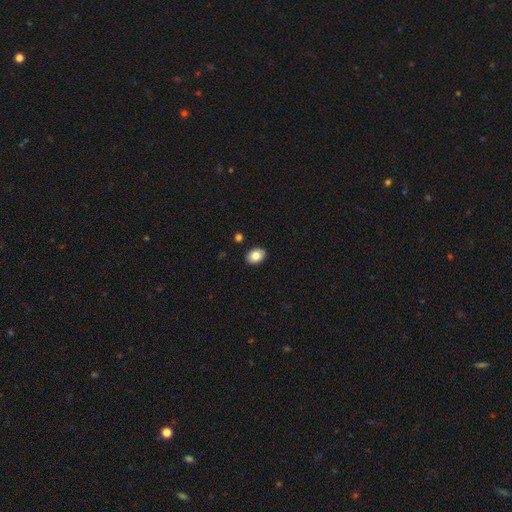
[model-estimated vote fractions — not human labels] Morphology: type=smooth (84%); roundness=in between (74%); merging=none (89%).